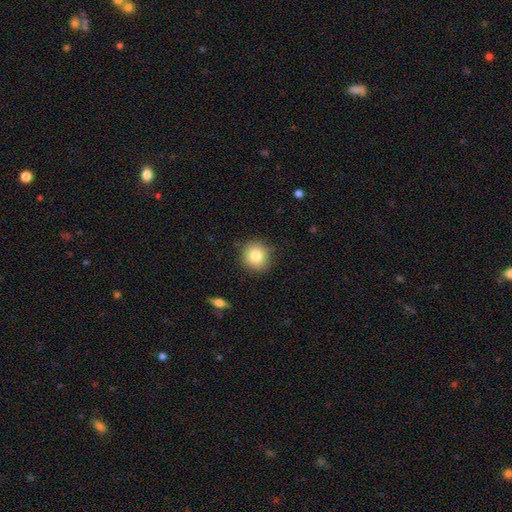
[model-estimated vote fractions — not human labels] smooth-or-featured: smooth: 82% | star or artifact: 9% | featured or disk: 9%
  how-rounded: round: 91% | in between: 8% | cigar-shaped: 1%
  merging: none: 88% | minor disturbance: 9% | major disturbance: 2% | merger: 1%